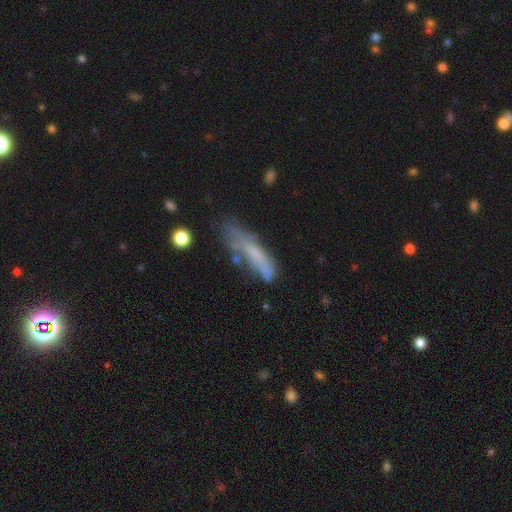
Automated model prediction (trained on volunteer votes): A smooth galaxy with no disk features (58%) that is cigar-shaped (74%).

Vote fractions:
- Smooth or featured? smooth: 58% / featured or disk: 31% / star or artifact: 11%
- How rounded? cigar-shaped: 74% / in between: 25% / round: 2%
- Merging? none: 40% / minor disturbance: 30% / major disturbance: 22% / merger: 8%